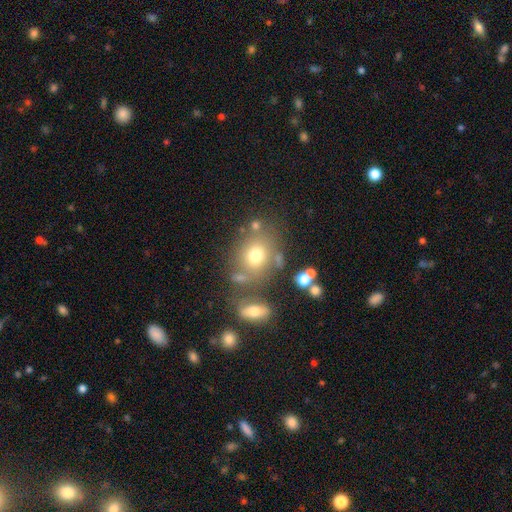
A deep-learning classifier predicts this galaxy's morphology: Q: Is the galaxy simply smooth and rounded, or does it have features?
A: smooth — 70%.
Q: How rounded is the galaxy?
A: round — 61%.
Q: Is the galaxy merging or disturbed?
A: none — 63%.